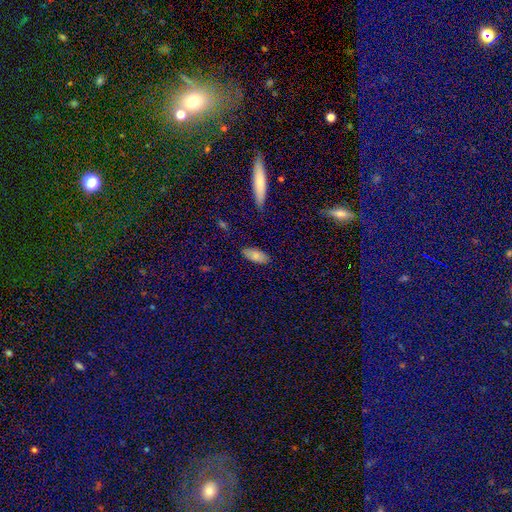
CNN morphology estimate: smooth-or-featured: smooth: 81% | featured or disk: 11% | star or artifact: 8%
  how-rounded: in between: 88% | cigar-shaped: 10% | round: 2%
  merging: none: 85% | minor disturbance: 11% | major disturbance: 2% | merger: 2%